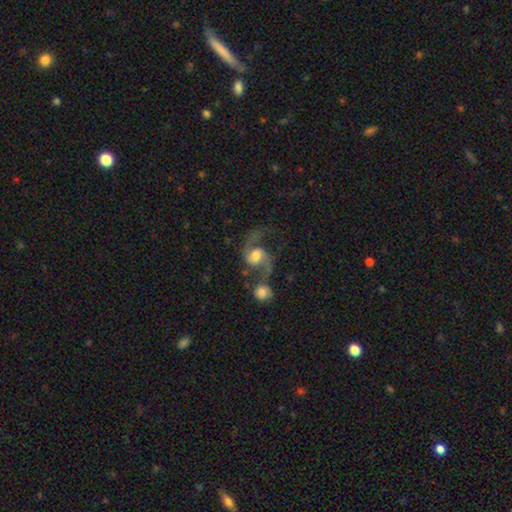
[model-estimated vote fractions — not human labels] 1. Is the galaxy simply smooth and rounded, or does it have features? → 79% featured or disk, 14% smooth, 7% star or artifact.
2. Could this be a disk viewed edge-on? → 98% no, 2% yes.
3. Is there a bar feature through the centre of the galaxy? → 49% no, 40% weak, 11% strong.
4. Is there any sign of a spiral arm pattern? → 94% yes, 6% no.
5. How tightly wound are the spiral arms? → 62% loose, 33% medium, 5% tight.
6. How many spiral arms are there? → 90% 2, 4% 1, 2% can't tell, 1% 3, 1% 4, 1% more than 4.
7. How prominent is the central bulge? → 57% moderate, 28% large, 10% small, 3% dominant, 2% none.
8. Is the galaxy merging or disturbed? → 43% none, 26% merger, 16% major disturbance, 15% minor disturbance.